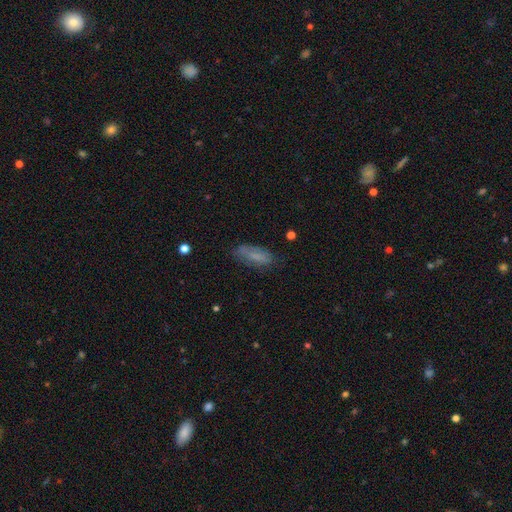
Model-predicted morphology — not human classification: Smooth or featured: smooth — 69% (featured or disk — 22%)
How rounded: in between — 65% (cigar-shaped — 33%)
Merging: none — 71% (minor disturbance — 21%)